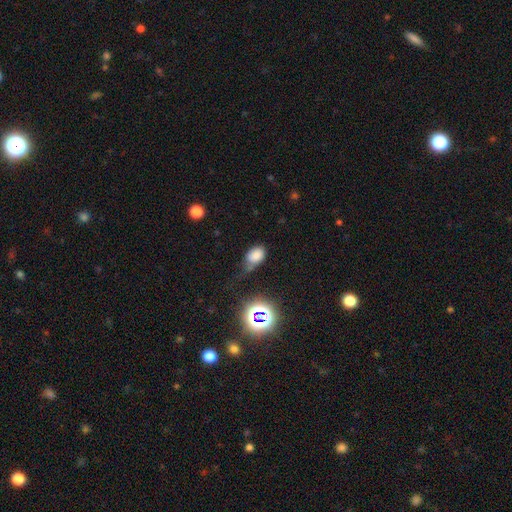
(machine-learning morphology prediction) Smooth or featured?
  - smooth: 72% *
  - star or artifact: 18%
  - featured or disk: 10%
How rounded?
  - in between: 79% *
  - round: 19%
  - cigar-shaped: 1%
Merging?
  - none: 46% *
  - minor disturbance: 34%
  - major disturbance: 13%
  - merger: 7%